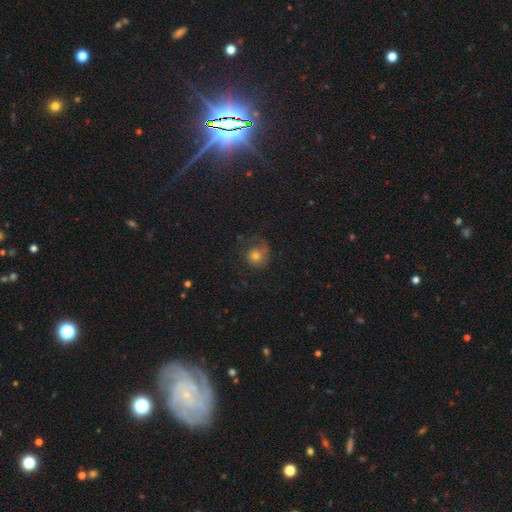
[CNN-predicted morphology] This is possibly a smooth galaxy (60%). How rounded: clearly round (83%). Merging: possibly none (52%).